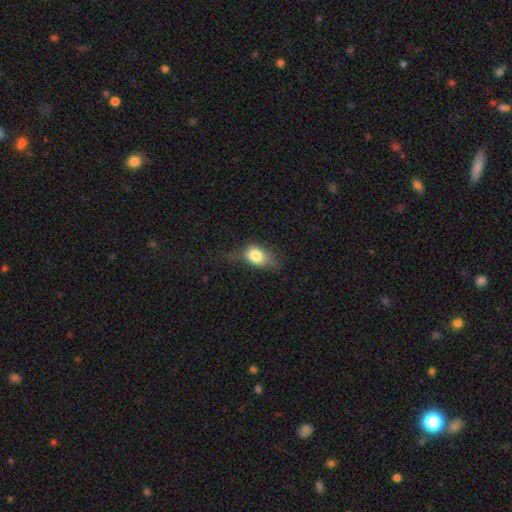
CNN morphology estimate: smooth-or-featured: smooth: 76% | featured or disk: 15% | star or artifact: 9%
  how-rounded: in between: 73% | round: 23% | cigar-shaped: 4%
  merging: minor disturbance: 36% | none: 35% | major disturbance: 26% | merger: 3%